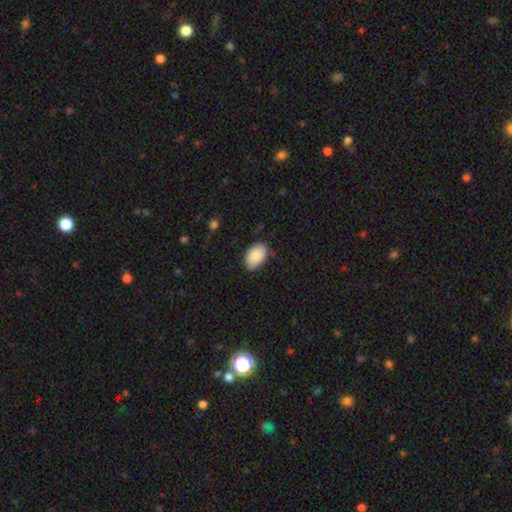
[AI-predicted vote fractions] Q: Smooth or featured?
A: smooth (90%); runner-up: star or artifact (6%)
Q: How rounded?
A: in between (92%); runner-up: round (7%)
Q: Merging?
A: none (82%); runner-up: minor disturbance (14%)